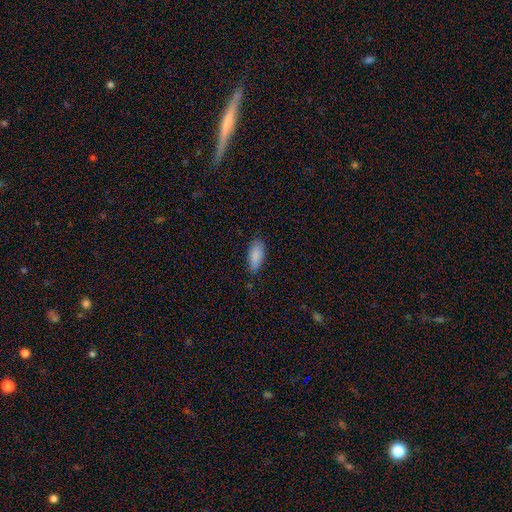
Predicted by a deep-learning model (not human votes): Smooth or featured: smooth — 88% (star or artifact — 7%)
How rounded: in between — 85% (cigar-shaped — 13%)
Merging: none — 75% (minor disturbance — 21%)